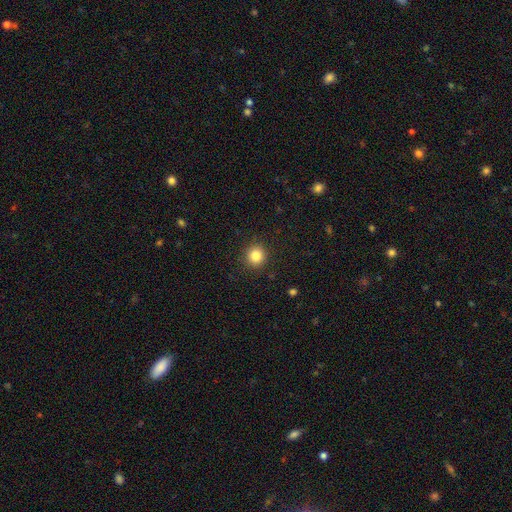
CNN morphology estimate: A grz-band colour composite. It shows a smooth galaxy with no disk features (84%) that is round (92%). Merging: none (91%).